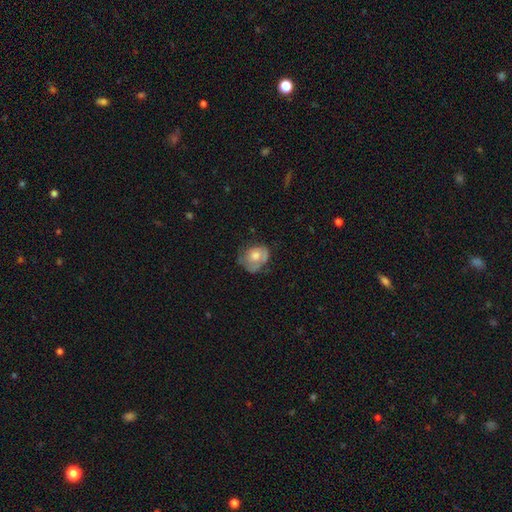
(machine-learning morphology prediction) The model was most divided on "smooth or featured": smooth: 51%, featured or disk: 41%, star or artifact: 8%. Remaining: how rounded — round (59%); merging — none (49%).